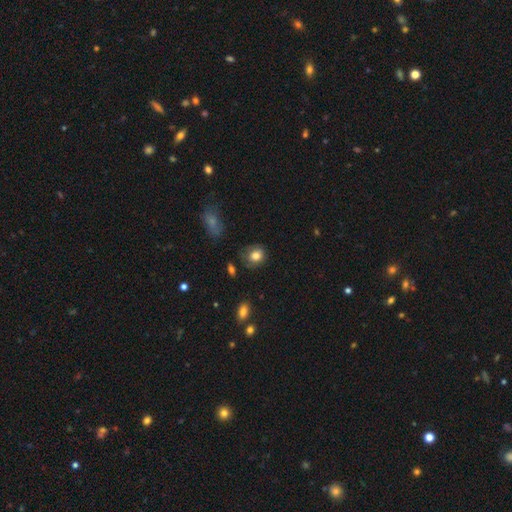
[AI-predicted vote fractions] The model was most divided on "how rounded": round: 61%, in between: 38%, cigar-shaped: 1%. More confident: smooth or featured — smooth (80%); merging — none (66%).